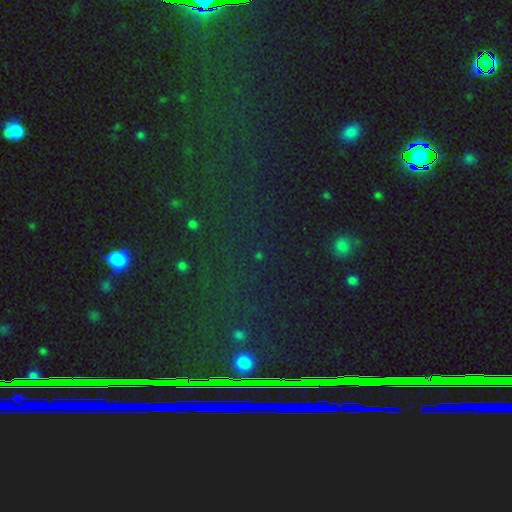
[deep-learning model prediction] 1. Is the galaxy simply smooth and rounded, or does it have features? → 74% star or artifact, 16% smooth, 10% featured or disk.